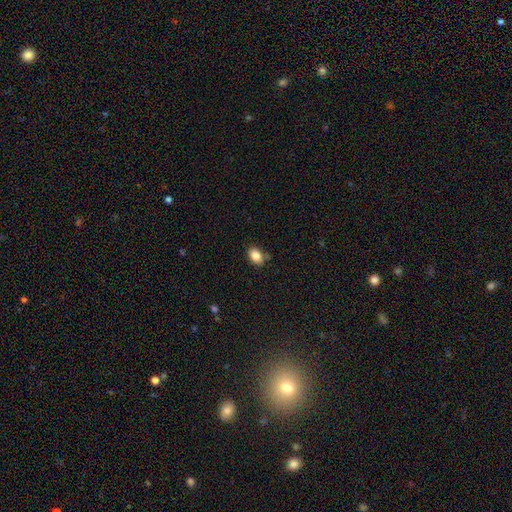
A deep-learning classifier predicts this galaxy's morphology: smooth 86%, star or artifact 9%, featured or disk 5%. Down the decision tree: how rounded — in between (81%); merging — none (78%).